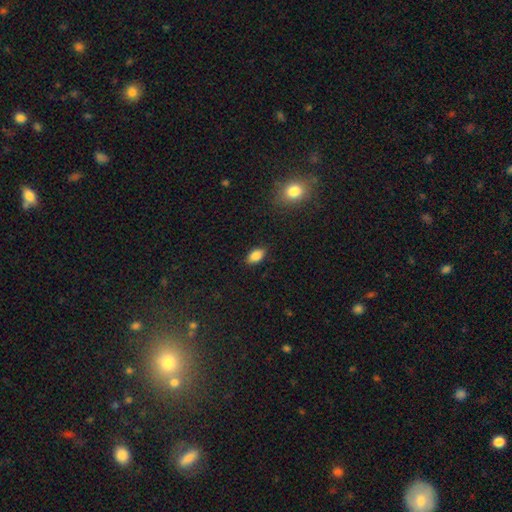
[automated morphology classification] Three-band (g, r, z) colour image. It shows a smooth galaxy with no disk features (85%) that is in between round and cigar-shaped (90%). Merging: none (86%).